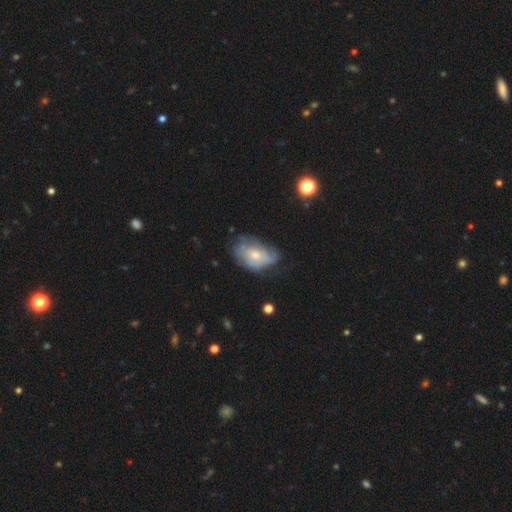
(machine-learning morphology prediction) Smooth or featured?
  - smooth: 48% *
  - featured or disk: 44%
  - star or artifact: 8%
Merging?
  - none: 42% *
  - minor disturbance: 35%
  - major disturbance: 20%
  - merger: 3%